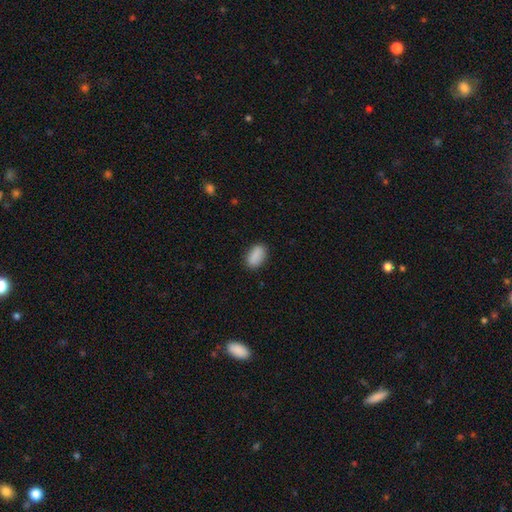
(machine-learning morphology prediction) Overall: smooth (88%). How rounded: in between (90%). Merging: none (86%).